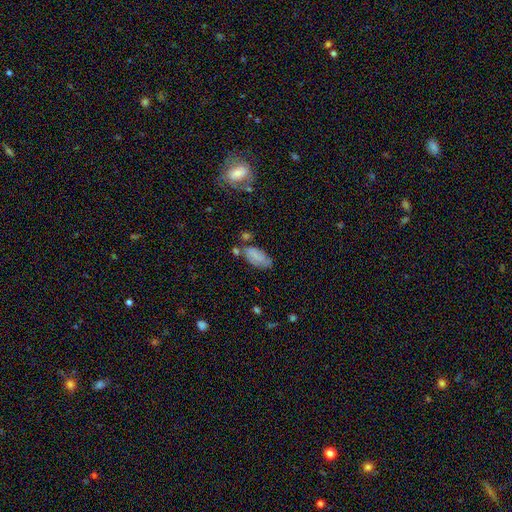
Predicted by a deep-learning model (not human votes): Morphology: type=smooth (73%); roundness=in between (90%); merging=none (54%).